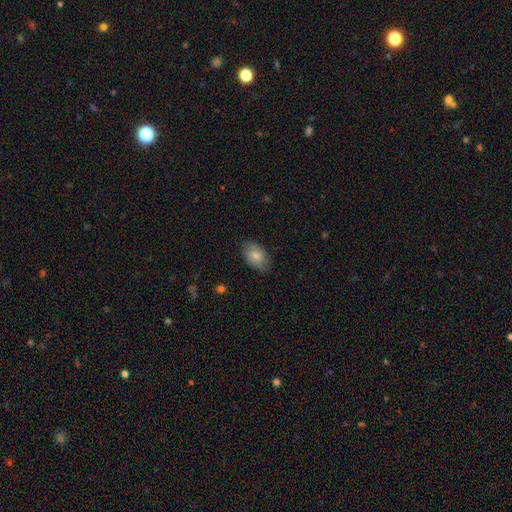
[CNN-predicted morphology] Q: Smooth or featured?
A: smooth (78%); runner-up: featured or disk (15%)
Q: How rounded?
A: in between (85%); runner-up: round (14%)
Q: Merging?
A: none (78%); runner-up: minor disturbance (17%)